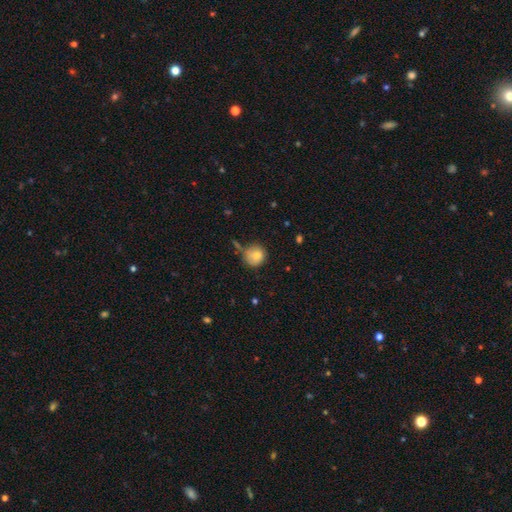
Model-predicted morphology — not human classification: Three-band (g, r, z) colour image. It shows a smooth galaxy with no disk features (80%) that is round (88%). Merging: none (60%).